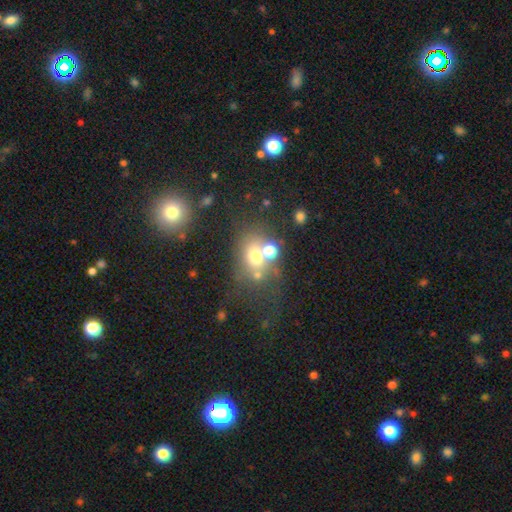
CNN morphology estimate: smooth 60%, featured or disk 21%, star or artifact 19%. Down the decision tree: how rounded — round (53%); merging — none (44%).